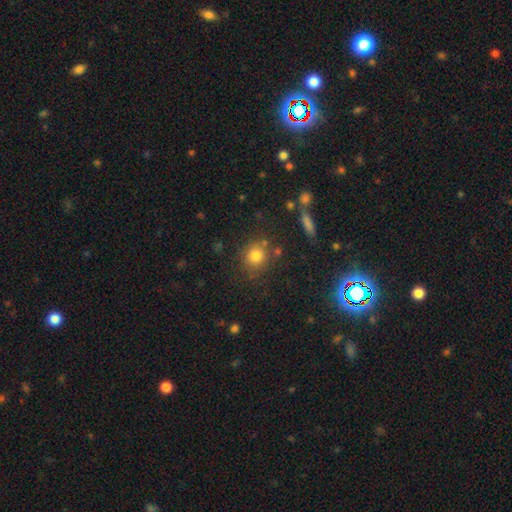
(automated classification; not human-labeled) A smooth galaxy with no disk features (79%) that is round (86%). Merging: none (75%).